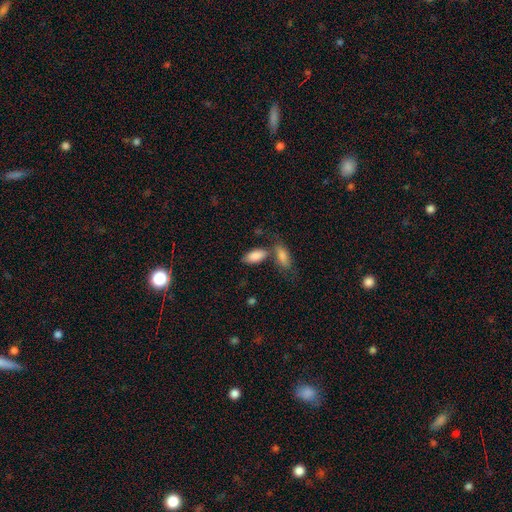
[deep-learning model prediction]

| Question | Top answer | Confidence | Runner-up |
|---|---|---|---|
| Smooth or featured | smooth | 86% | featured or disk (7%) |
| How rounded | in between | 91% | cigar-shaped (7%) |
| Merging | none | 53% | merger (30%) |